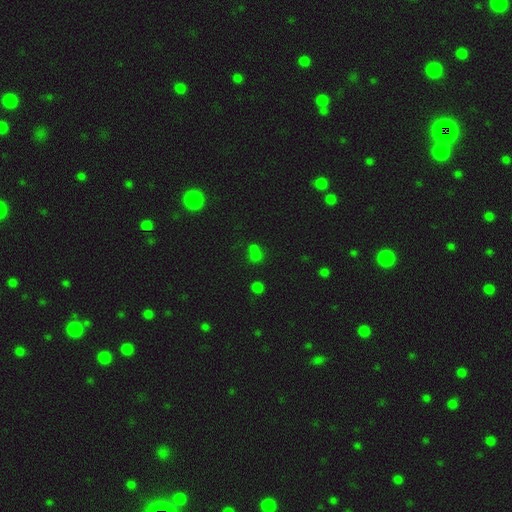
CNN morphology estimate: smooth-or-featured: smooth: 57% | star or artifact: 33% | featured or disk: 10%
  how-rounded: round: 69% | in between: 29% | cigar-shaped: 2%
  merging: none: 42% (tied) | merger: 42% (tied) | minor disturbance: 10% | major disturbance: 6%